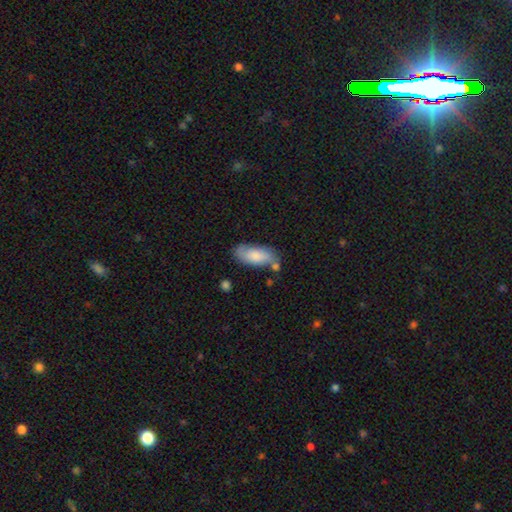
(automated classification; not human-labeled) Smooth or featured: smooth — 73% (featured or disk — 21%)
How rounded: in between — 86% (cigar-shaped — 12%)
Merging: none — 61% (minor disturbance — 22%)